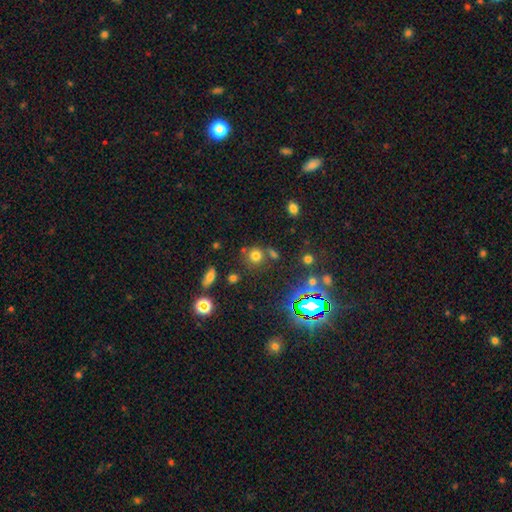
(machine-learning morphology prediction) Q: Smooth or featured?
A: smooth (69%); runner-up: star or artifact (22%)
Q: How rounded?
A: round (87%); runner-up: in between (11%)
Q: Merging?
A: none (70%); runner-up: merger (15%)